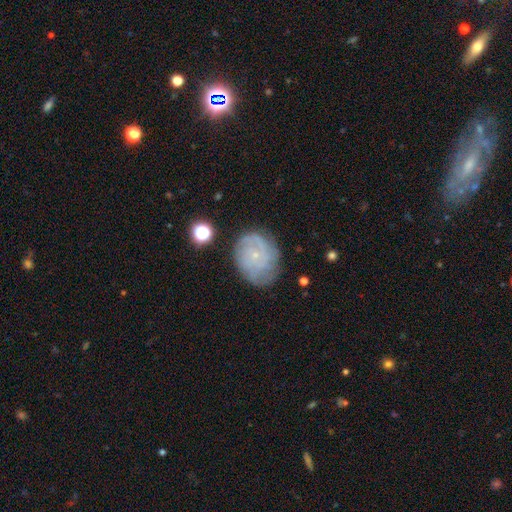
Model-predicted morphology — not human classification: This appears to be a featured or disk galaxy (70%) with no bar (83%), tight (64%) spiral arms (88%) and a small central bulge (86%). Merging: none (71%).